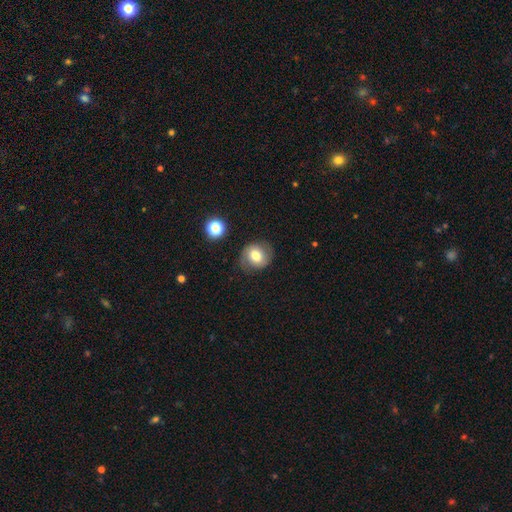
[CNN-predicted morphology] Smooth or featured: smooth — 63% (featured or disk — 27%)
How rounded: round — 74% (in between — 25%)
Merging: none — 74% (minor disturbance — 18%)